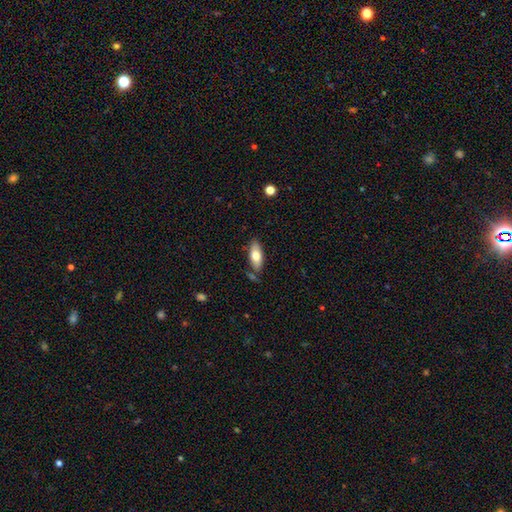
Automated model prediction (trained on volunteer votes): This is likely a smooth galaxy (74%). How rounded: clearly in between (82%). Merging: likely none (74%).